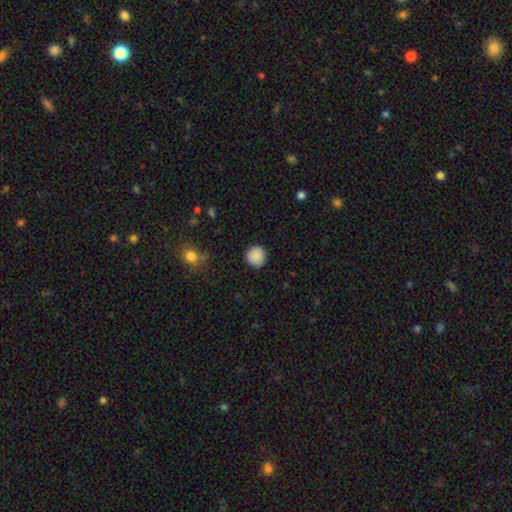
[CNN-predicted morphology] This is clearly a smooth galaxy (88%). How rounded: clearly round (92%). Merging: clearly none (89%).